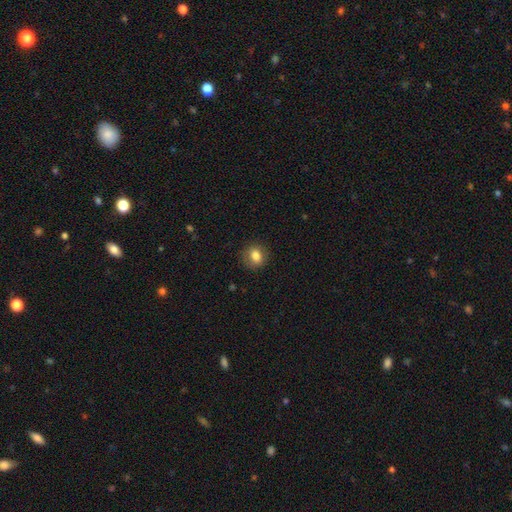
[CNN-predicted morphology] Smooth or featured: smooth — 81% (featured or disk — 10%)
How rounded: round — 67% (in between — 32%)
Merging: none — 82% (minor disturbance — 13%)